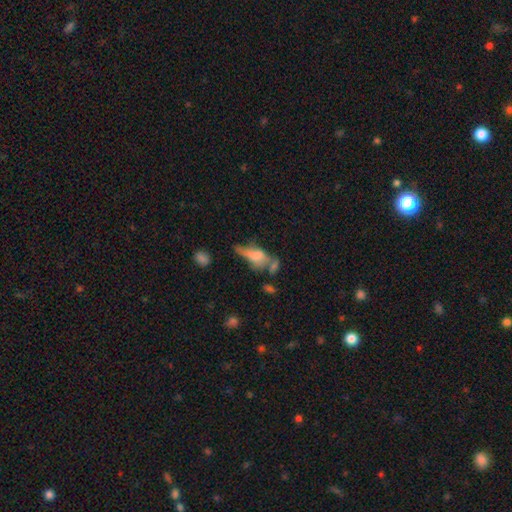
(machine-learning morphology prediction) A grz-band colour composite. It shows a smooth galaxy with no disk features (54%) that is in between round and cigar-shaped (68%). Merging: merger (28%).